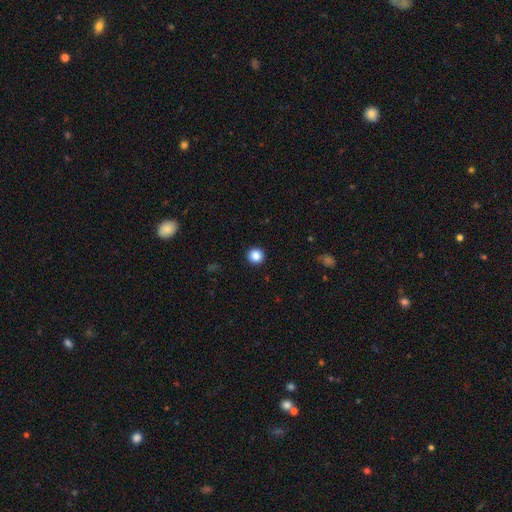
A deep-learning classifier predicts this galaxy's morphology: Q: Smooth or featured?
A: smooth (87%); runner-up: star or artifact (10%)
Q: How rounded?
A: round (94%); runner-up: in between (5%)
Q: Merging?
A: none (93%); runner-up: minor disturbance (4%)